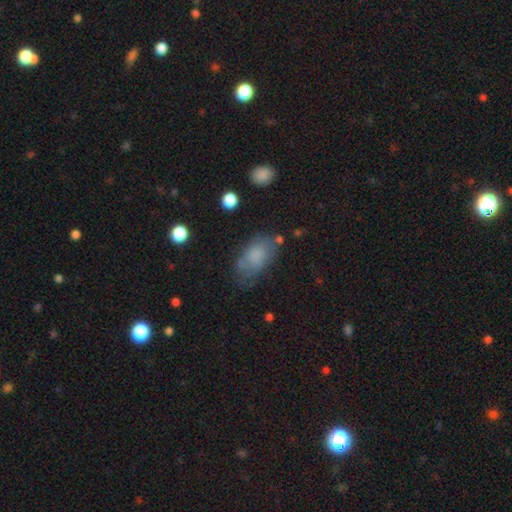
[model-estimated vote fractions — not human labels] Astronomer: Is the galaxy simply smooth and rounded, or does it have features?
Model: smooth — 72%.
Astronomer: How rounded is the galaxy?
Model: in between — 91%.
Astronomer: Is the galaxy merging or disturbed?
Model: none — 58%.